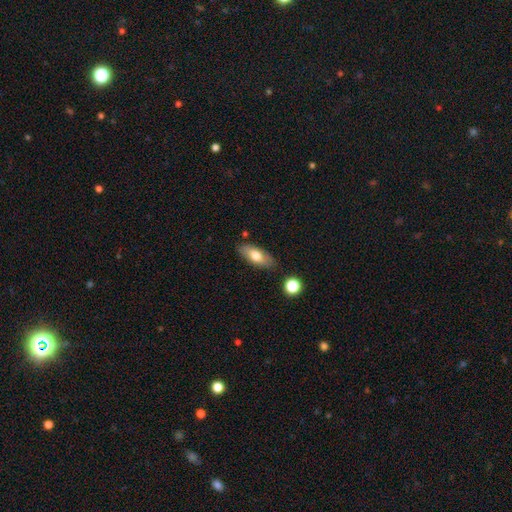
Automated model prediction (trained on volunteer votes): A smooth galaxy with no disk features (72%) that is in between round and cigar-shaped (82%). Merging: none (82%).